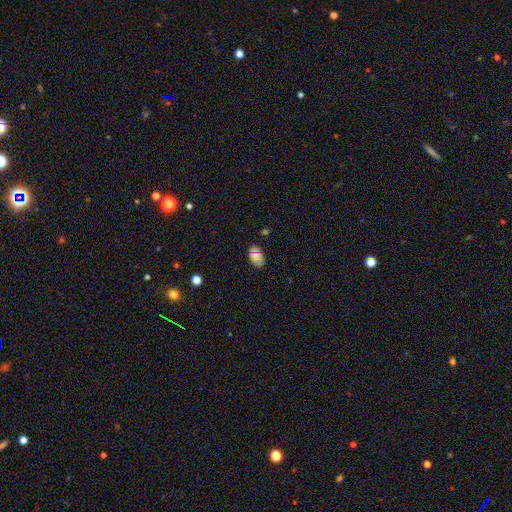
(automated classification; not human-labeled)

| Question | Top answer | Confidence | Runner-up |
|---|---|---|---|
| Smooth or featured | smooth | 66% | star or artifact (19%) |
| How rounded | in between | 87% | round (11%) |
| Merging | none | 83% | minor disturbance (12%) |